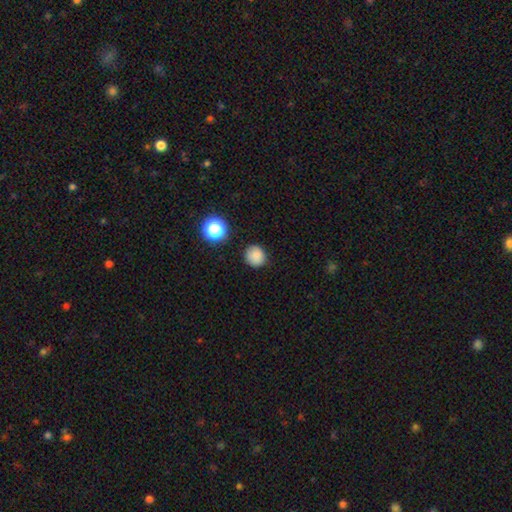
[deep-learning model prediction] A smooth galaxy with no disk features (83%) that is round (90%).

Vote fractions:
- Smooth or featured? smooth: 83% / star or artifact: 12% / featured or disk: 5%
- How rounded? round: 90% / in between: 9% / cigar-shaped: 1%
- Merging? none: 86% / minor disturbance: 10% / major disturbance: 3% / merger: 2%